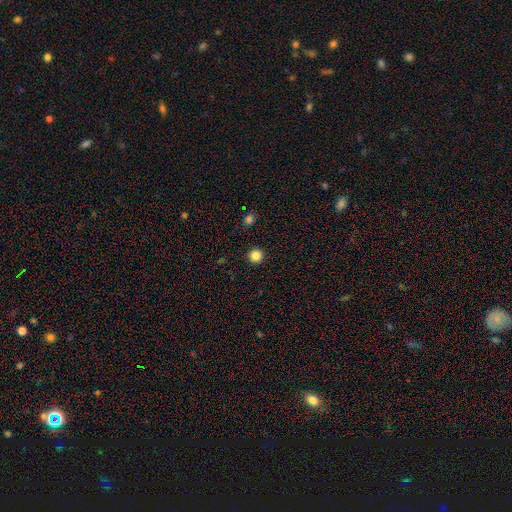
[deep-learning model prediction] Smooth or featured? Predicted: smooth (p=0.85). How rounded? Predicted: round (p=0.96). Merging? Predicted: none (p=0.93).